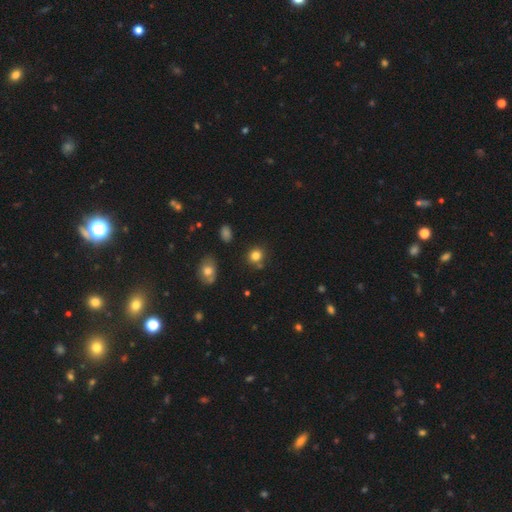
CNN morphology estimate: Smooth or featured: smooth — 81% (star or artifact — 13%)
How rounded: round — 83% (in between — 16%)
Merging: none — 77% (minor disturbance — 12%)